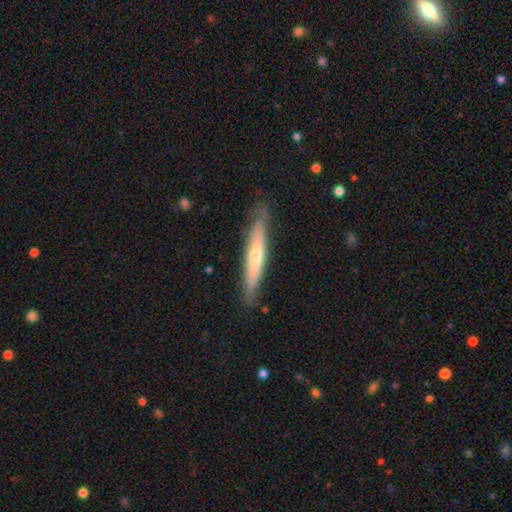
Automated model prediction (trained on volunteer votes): Smooth or featured? featured or disk (57%)
Edge-on disk? yes (91%)
Edge-on bulge? rounded (70%)
Merging? none (87%)